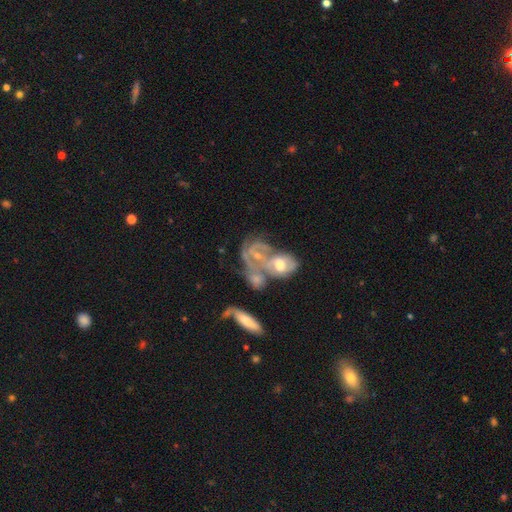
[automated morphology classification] A featured or disk galaxy (68%) with no bar (74%), spiral arms (63%) and a moderate central bulge (48%).

Vote fractions:
- Smooth or featured? featured or disk: 68% / smooth: 20% / star or artifact: 11%
- Edge-on disk? no: 94% / yes: 6%
- Bar? no: 74% / weak: 20% / strong: 6%
- Spiral arms? yes: 63% / no: 37%
- Bulge size? moderate: 48% / small: 31% / none: 12% / large: 6% / dominant: 2%
- Merging? merger: 59% / none: 16% / major disturbance: 16% / minor disturbance: 9%